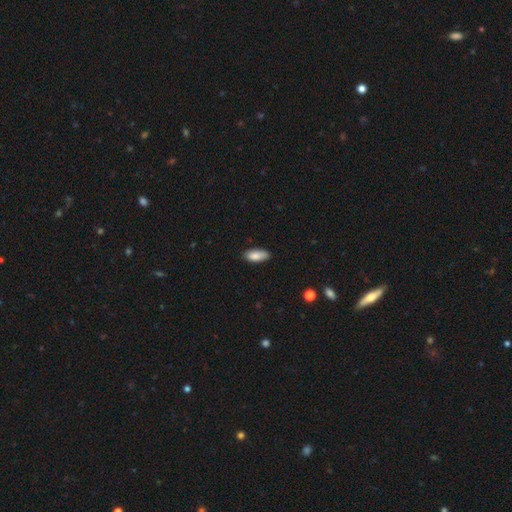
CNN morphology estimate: This is clearly a smooth galaxy (86%). How rounded: clearly in between (83%). Merging: clearly none (81%).